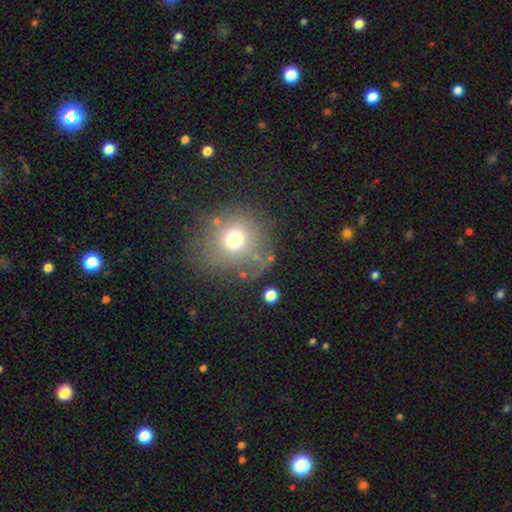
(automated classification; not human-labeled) smooth_or_featured: smooth (p=0.68) [alt: star or artifact p=0.17]
how_rounded: round (p=0.86) [alt: in between p=0.13]
merging: none (p=0.67) [alt: minor disturbance p=0.18]